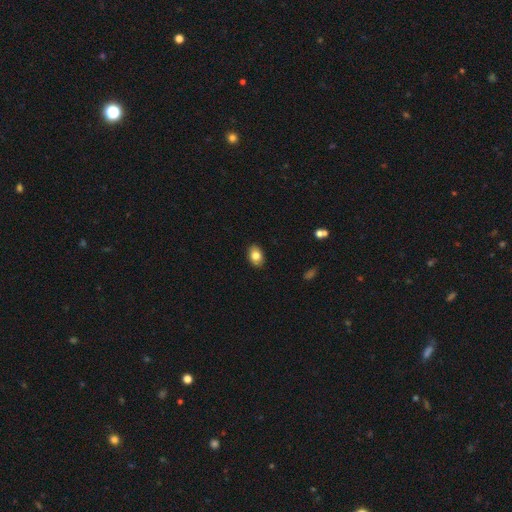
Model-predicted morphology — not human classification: A smooth galaxy with no disk features (82%) that is in between round and cigar-shaped (84%). Merging: none (89%).